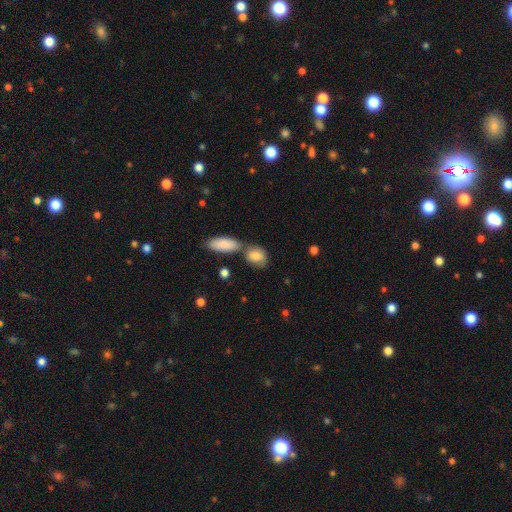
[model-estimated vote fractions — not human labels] The model was most divided on "merging" (2-way tie): none: 38%, merger: 38%, minor disturbance: 17%, major disturbance: 7%. More confident: smooth or featured — smooth (81%); how rounded — in between (68%).